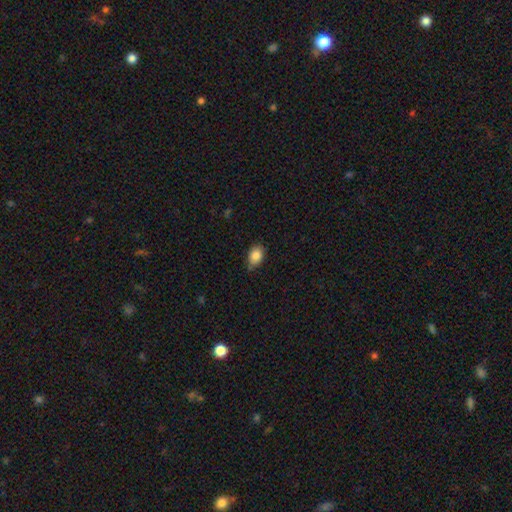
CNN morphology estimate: A smooth galaxy with no disk features (85%) that is in between round and cigar-shaped (79%). Merging: none (68%).